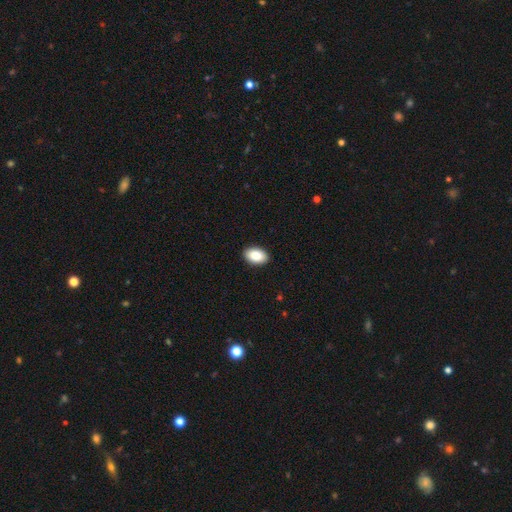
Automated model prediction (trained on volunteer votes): Smooth or featured: smooth — 86% (featured or disk — 7%)
How rounded: in between — 91% (round — 8%)
Merging: none — 91% (minor disturbance — 6%)